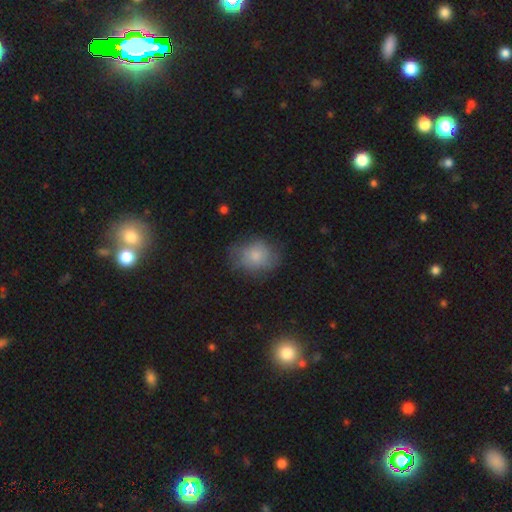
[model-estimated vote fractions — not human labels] Q: Smooth or featured?
A: smooth (71%); runner-up: featured or disk (20%)
Q: How rounded?
A: round (51%); runner-up: in between (47%)
Q: Merging?
A: none (60%); runner-up: minor disturbance (27%)